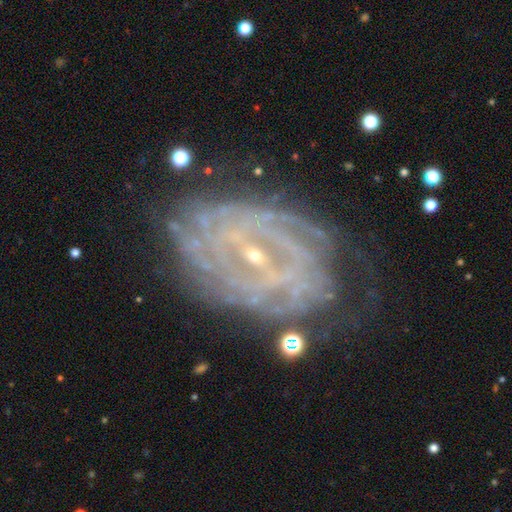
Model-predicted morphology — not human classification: Smooth or featured?
  - featured or disk: 85% *
  - star or artifact: 9%
  - smooth: 7%
Edge-on disk?
  - no: 96% *
  - yes: 4%
Bar?
  - weak: 43% *
  - no: 33%
  - strong: 24%
Spiral arms?
  - yes: 92% *
  - no: 8%
Spiral winding?
  - tight: 76% *
  - medium: 19%
  - loose: 5%
Spiral arm count?
  - can't tell: 41% *
  - more than 4: 16%
  - 4: 13%
  - 2: 13%
  - 3: 10%
  - 1: 7%
Bulge size?
  - small: 85% *
  - moderate: 11%
  - none: 3%
  - large: 1%
  - dominant: 1%
Merging?
  - none: 67% *
  - minor disturbance: 20%
  - major disturbance: 10%
  - merger: 3%